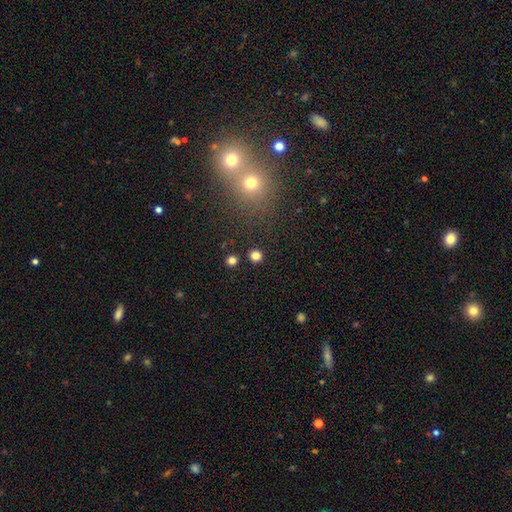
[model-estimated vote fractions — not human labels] A smooth galaxy with no disk features (80%) that is round (91%). Merging: none (89%).